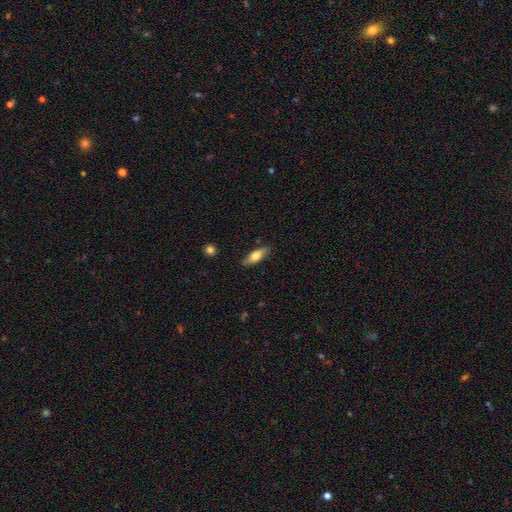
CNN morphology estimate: Overall: smooth (74%). How rounded: in between (66%; cigar-shaped 31%). Merging: none (83%).